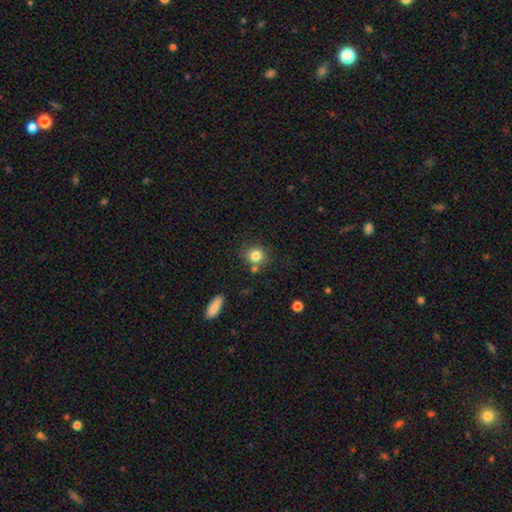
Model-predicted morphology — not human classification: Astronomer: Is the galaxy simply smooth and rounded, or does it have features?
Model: smooth — 81%.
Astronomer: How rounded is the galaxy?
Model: round — 83%.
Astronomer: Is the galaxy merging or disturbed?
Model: none — 70%.